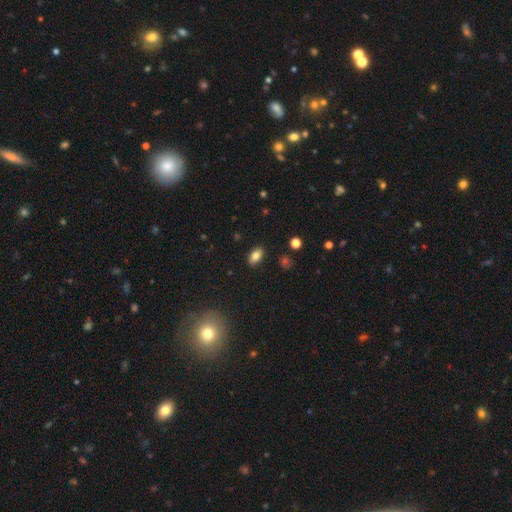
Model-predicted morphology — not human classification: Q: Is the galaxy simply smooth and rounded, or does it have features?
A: smooth — 82%.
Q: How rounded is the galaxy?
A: in between — 90%.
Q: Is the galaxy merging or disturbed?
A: none — 87%.